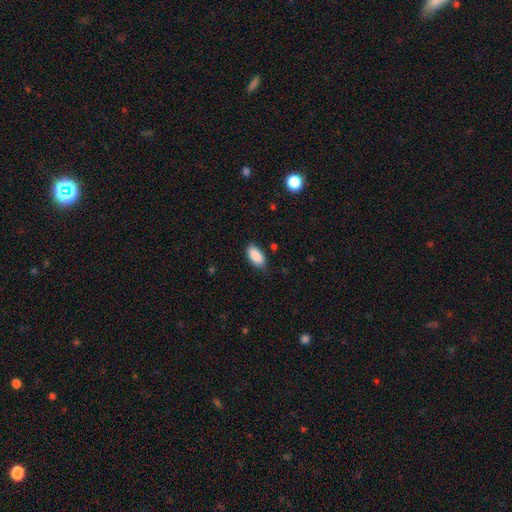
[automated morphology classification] This appears to be a smooth galaxy with no disk features (89%) that is in between round and cigar-shaped (93%). Merging: none (77%).